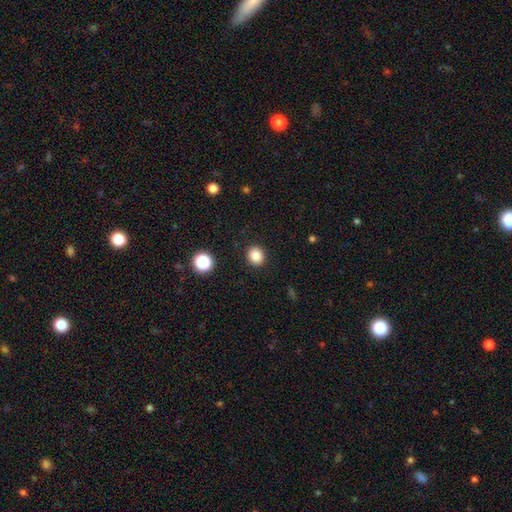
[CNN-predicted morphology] type=smooth (85%); roundness=round (71%); merging=none (90%).